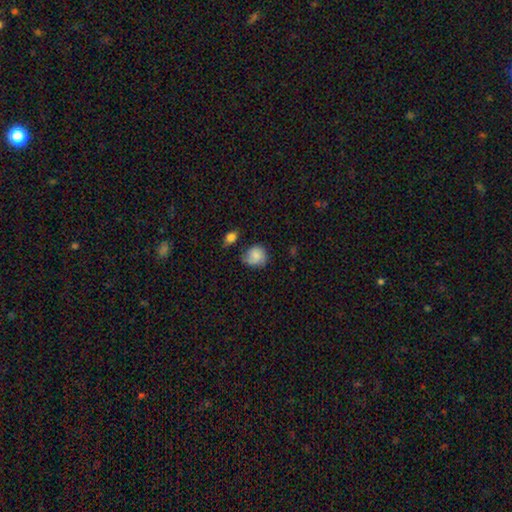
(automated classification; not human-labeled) Morphology: type=smooth (72%); roundness=round (71%); merging=none (53%).